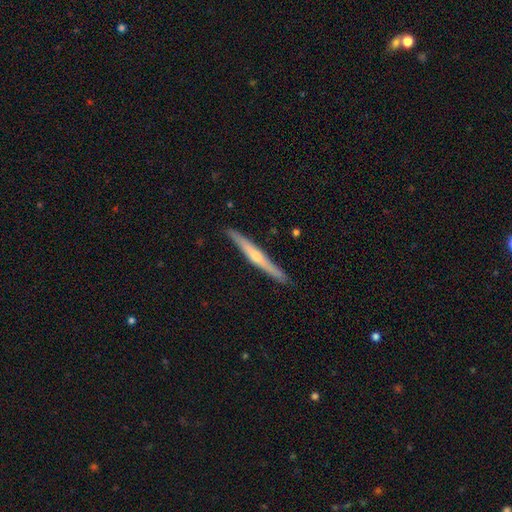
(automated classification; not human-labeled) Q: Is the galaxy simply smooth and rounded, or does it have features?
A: featured or disk — 65%.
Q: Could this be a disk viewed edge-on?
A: yes — 97%.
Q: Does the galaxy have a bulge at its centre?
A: rounded — 74%.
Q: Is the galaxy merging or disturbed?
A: none — 89%.